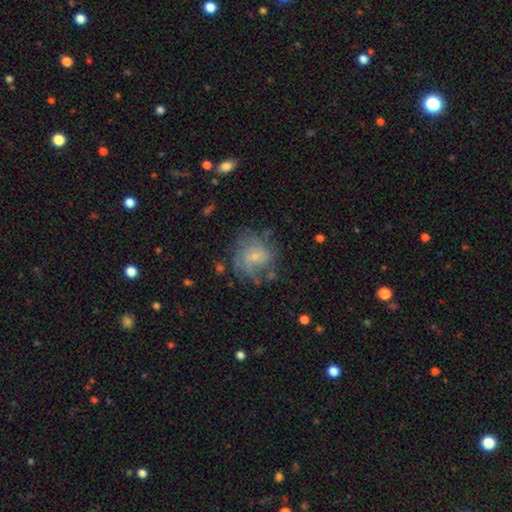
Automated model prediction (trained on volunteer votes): Smooth or featured? Predicted: featured or disk (p=0.65). Edge-on disk? Predicted: no (p=0.98). Bar? Predicted: no (p=0.69). Spiral arms? Predicted: yes (p=0.83). Spiral winding? Predicted: tight (p=0.46). Spiral arm count? Predicted: can't tell (p=0.47). Bulge size? Predicted: small (p=0.70). Merging? Predicted: none (p=0.64).